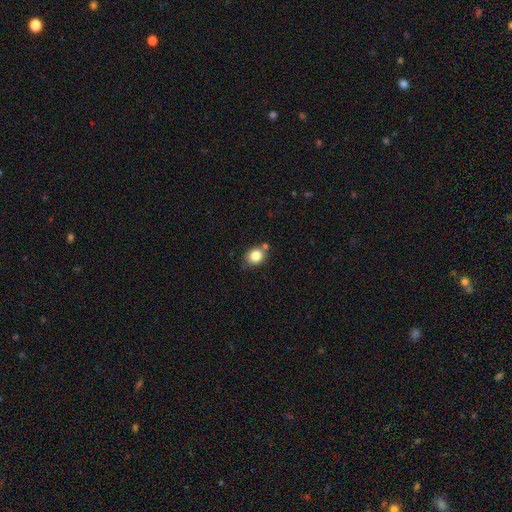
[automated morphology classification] smooth-or-featured: smooth: 82% | star or artifact: 10% | featured or disk: 8%
  how-rounded: round: 67% | in between: 32% | cigar-shaped: 1%
  merging: none: 66% | minor disturbance: 15% | merger: 15% | major disturbance: 4%